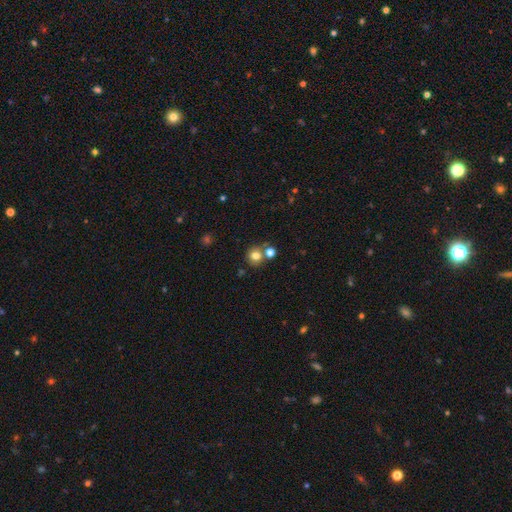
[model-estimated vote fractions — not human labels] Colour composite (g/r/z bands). It shows a smooth galaxy with no disk features (78%) that is round (88%). Merging: none (65%).